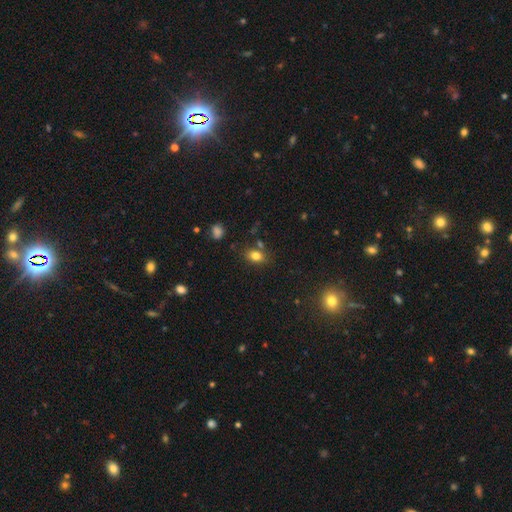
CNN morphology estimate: This is clearly a smooth galaxy (81%). How rounded: likely in between (72%). Merging: likely none (74%).